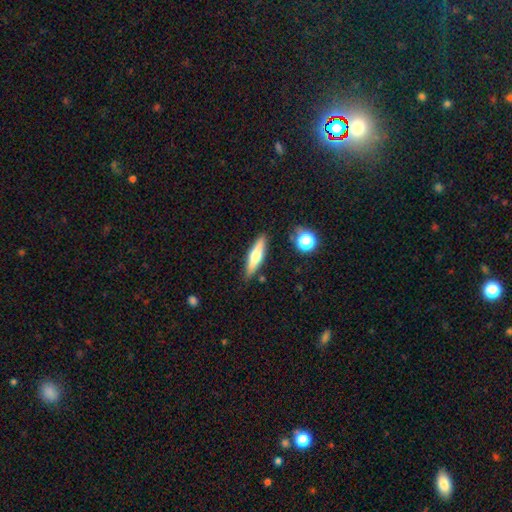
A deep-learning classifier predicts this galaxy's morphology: Smooth or featured: featured or disk — 48% (smooth — 45%)
Merging: none — 85% (minor disturbance — 10%)